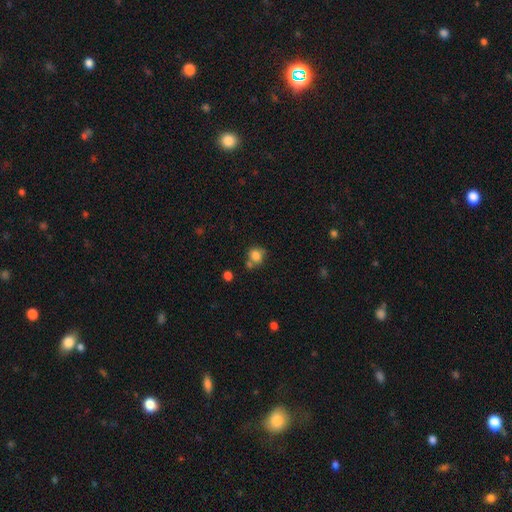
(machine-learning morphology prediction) A smooth galaxy with no disk features (80%) that is round (73%). Merging: none (57%).